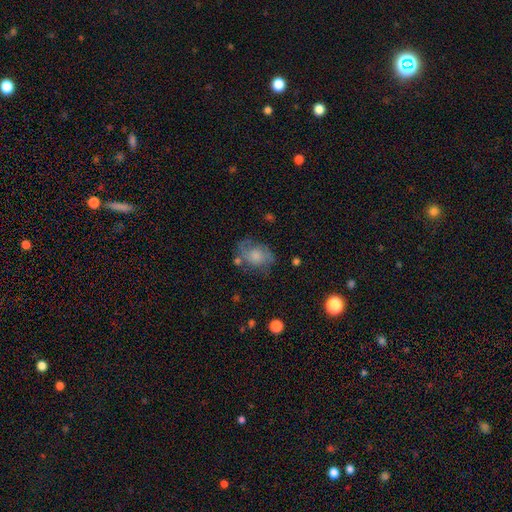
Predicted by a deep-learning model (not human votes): This appears to be a smooth galaxy with no disk features (61%) that is in between round and cigar-shaped (67%). Merging: none (49%).